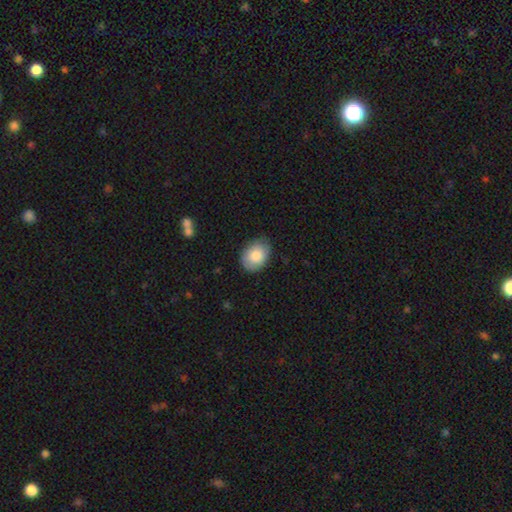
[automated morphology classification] This appears to be a smooth galaxy with no disk features (83%) that is in between round and cigar-shaped (72%). Merging: none (79%).